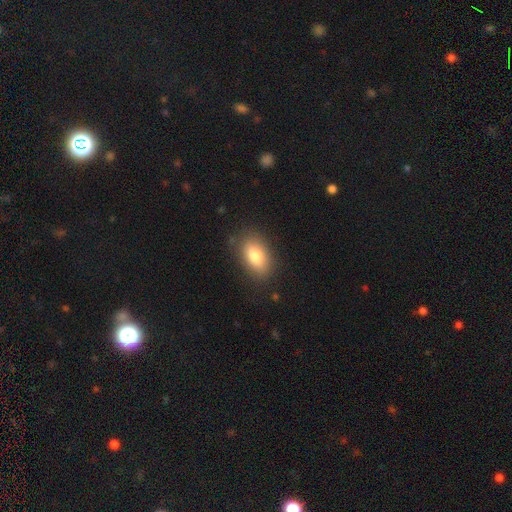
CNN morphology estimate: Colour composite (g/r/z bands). It shows a smooth galaxy with no disk features (79%) that is in between round and cigar-shaped (90%). Merging: none (82%).